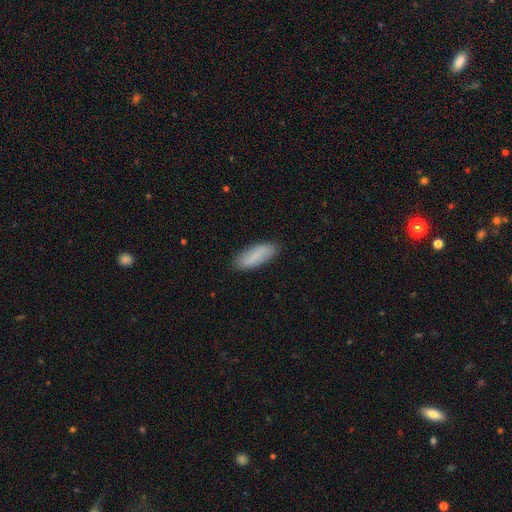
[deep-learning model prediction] Smooth or featured?
  - smooth: 82% *
  - featured or disk: 12%
  - star or artifact: 6%
How rounded?
  - in between: 67% *
  - cigar-shaped: 31%
  - round: 2%
Merging?
  - none: 86% *
  - minor disturbance: 11%
  - major disturbance: 2%
  - merger: 1%